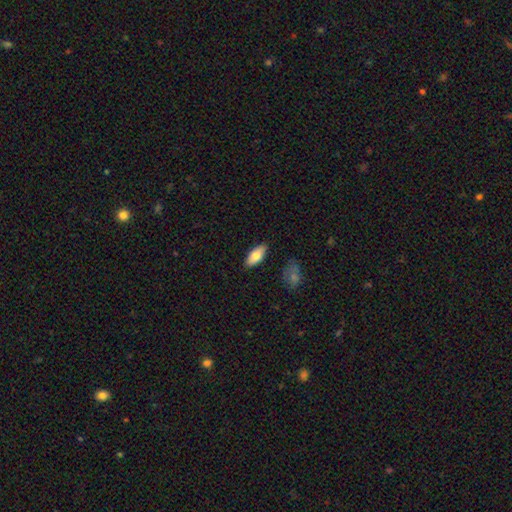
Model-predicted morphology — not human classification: A smooth galaxy with no disk features (77%) that is in between round and cigar-shaped (85%). Merging: none (86%).